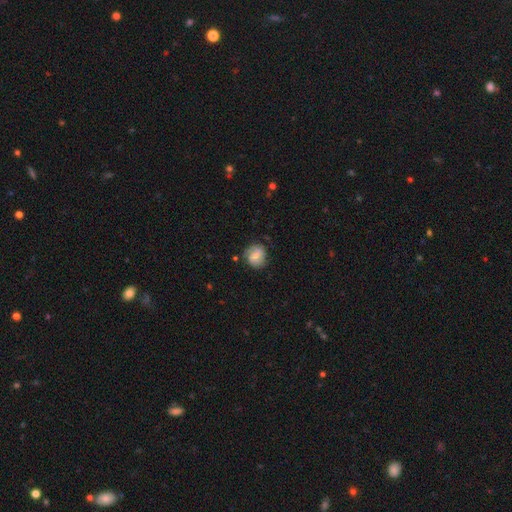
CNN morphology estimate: This appears to be a smooth galaxy with no disk features (52%) that is round (79%). Merging: none (71%).